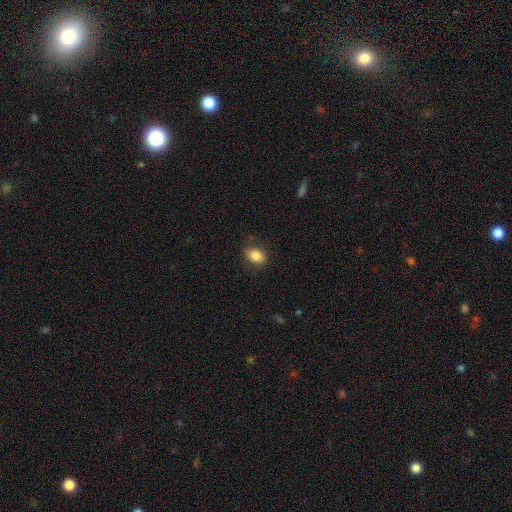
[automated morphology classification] type=smooth (85%); roundness=in between (74%); merging=none (81%).